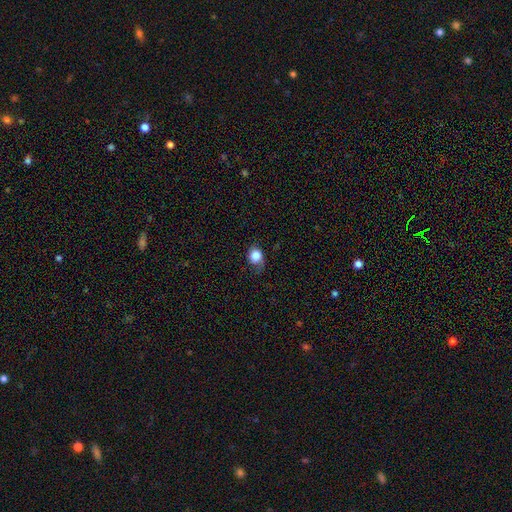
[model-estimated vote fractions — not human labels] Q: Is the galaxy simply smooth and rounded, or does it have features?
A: smooth — 82%.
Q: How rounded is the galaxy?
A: round — 63%.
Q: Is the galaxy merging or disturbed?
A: none — 57%.